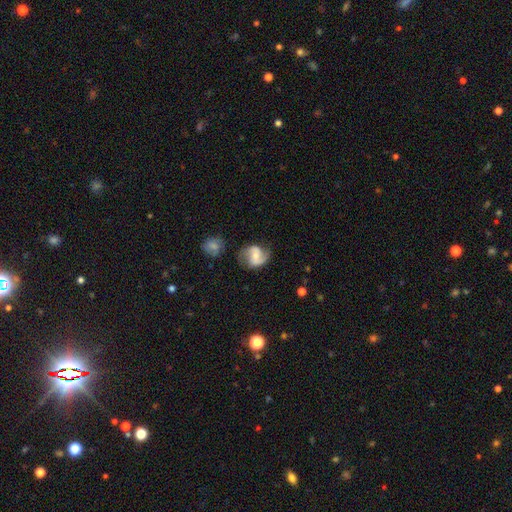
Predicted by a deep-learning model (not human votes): Smooth or featured: featured or disk — 76% (smooth — 17%)
Edge-on disk: no — 98% (yes — 2%)
Bar: weak — 45% (no — 39%)
Spiral arms: yes — 94% (no — 6%)
Spiral winding: medium — 47% (loose — 36%)
Spiral arm count: 2 — 87% (1 — 6%)
Bulge size: moderate — 46% (small — 44%)
Merging: none — 69% (minor disturbance — 19%)